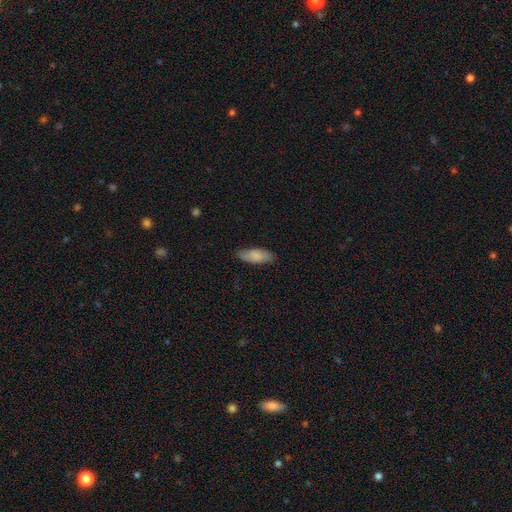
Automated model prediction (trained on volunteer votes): Smooth or featured? Predicted: smooth (p=0.83). How rounded? Predicted: in between (p=0.79). Merging? Predicted: none (p=0.80).